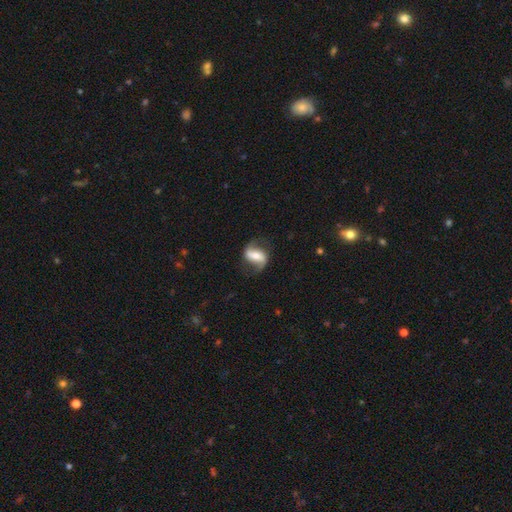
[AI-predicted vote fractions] Smooth or featured?
  - featured or disk: 72% *
  - smooth: 22%
  - star or artifact: 6%
Edge-on disk?
  - no: 94% *
  - yes: 6%
Bar?
  - strong: 48% *
  - weak: 30%
  - no: 23%
Spiral arms?
  - yes: 90% *
  - no: 10%
Spiral winding?
  - loose: 59% *
  - medium: 31%
  - tight: 11%
Spiral arm count?
  - 2: 89% *
  - 1: 4%
  - can't tell: 4%
  - 3: 1%
  - 4: 1%
  - more than 4: 1%
Bulge size?
  - moderate: 48% *
  - small: 32%
  - large: 13%
  - none: 5%
  - dominant: 3%
Merging?
  - none: 71% *
  - minor disturbance: 18%
  - major disturbance: 10%
  - merger: 2%